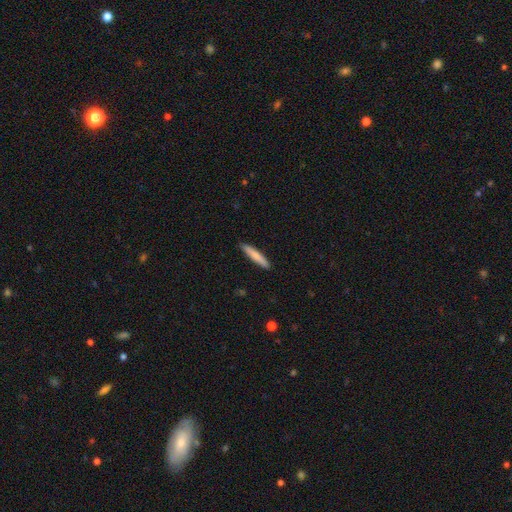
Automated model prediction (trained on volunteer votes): Smooth or featured? Predicted: smooth (p=0.76). How rounded? Predicted: cigar-shaped (p=0.92). Merging? Predicted: none (p=0.90).